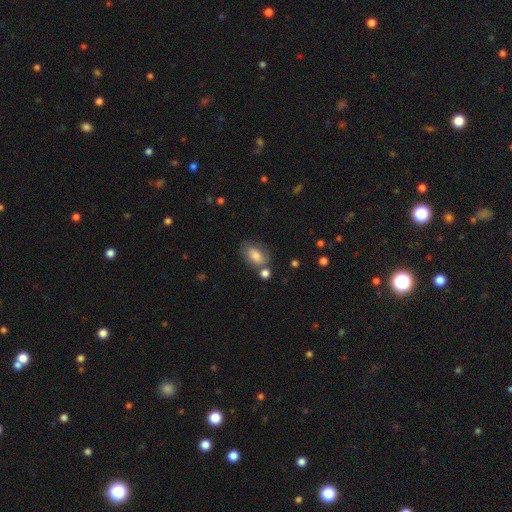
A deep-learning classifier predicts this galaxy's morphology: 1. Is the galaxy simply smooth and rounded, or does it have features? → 74% smooth, 18% featured or disk, 8% star or artifact.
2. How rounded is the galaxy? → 87% in between, 11% round, 2% cigar-shaped.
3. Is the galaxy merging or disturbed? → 60% none, 21% minor disturbance, 13% merger, 7% major disturbance.